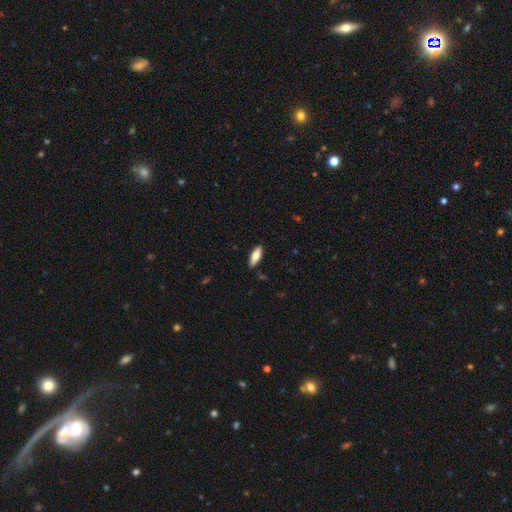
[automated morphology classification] type=smooth (73%); roundness=in between (67%); merging=none (89%).